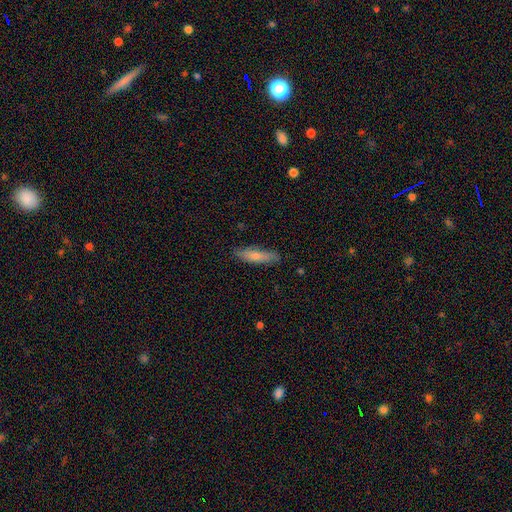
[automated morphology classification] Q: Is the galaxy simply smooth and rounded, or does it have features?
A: smooth — 68%.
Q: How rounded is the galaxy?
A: cigar-shaped — 71%.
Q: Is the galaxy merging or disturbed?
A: none — 83%.